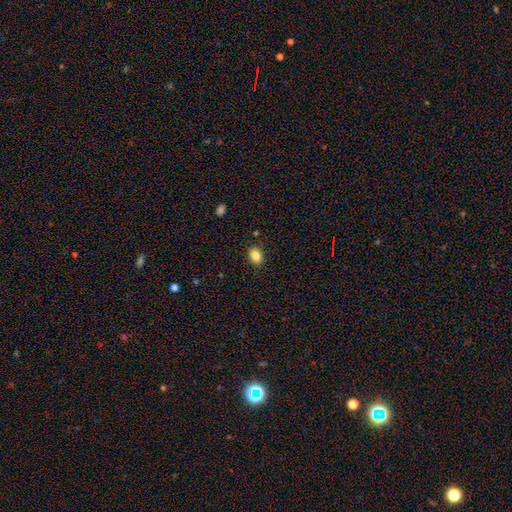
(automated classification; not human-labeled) This is clearly a smooth galaxy (85%). How rounded: likely in between (73%). Merging: clearly none (87%).